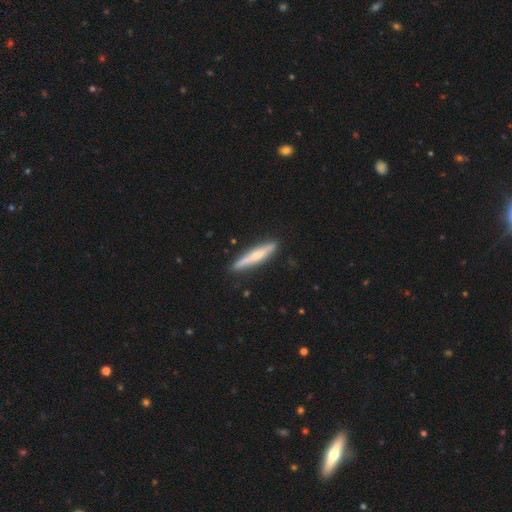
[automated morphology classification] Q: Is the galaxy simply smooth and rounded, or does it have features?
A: featured or disk — 52%.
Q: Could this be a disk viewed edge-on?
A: yes — 94%.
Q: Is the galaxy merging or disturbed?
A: none — 88%.